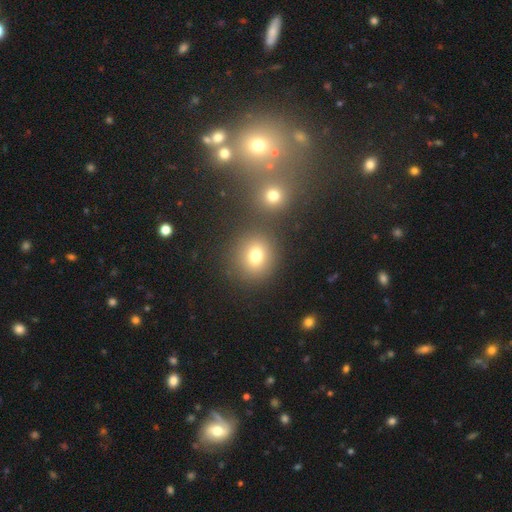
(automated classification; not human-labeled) Smooth or featured: smooth — 75% (star or artifact — 16%)
How rounded: round — 81% (in between — 18%)
Merging: none — 72% (merger — 16%)